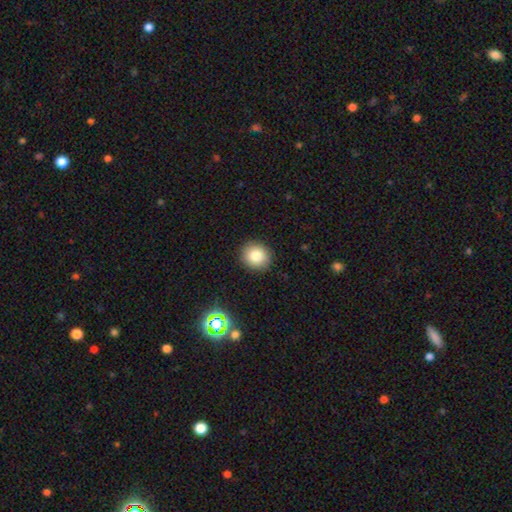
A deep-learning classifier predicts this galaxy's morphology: smooth 81%, star or artifact 11%, featured or disk 8%. Down the decision tree: how rounded — round (84%); merging — none (91%).